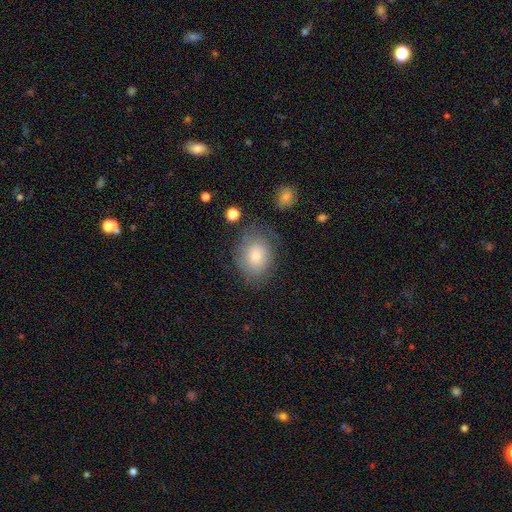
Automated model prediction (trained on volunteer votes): Smooth or featured?
  - smooth: 72% *
  - featured or disk: 18%
  - star or artifact: 10%
How rounded?
  - in between: 58% *
  - round: 41%
  - cigar-shaped: 1%
Merging?
  - none: 66% *
  - minor disturbance: 22%
  - major disturbance: 9%
  - merger: 3%